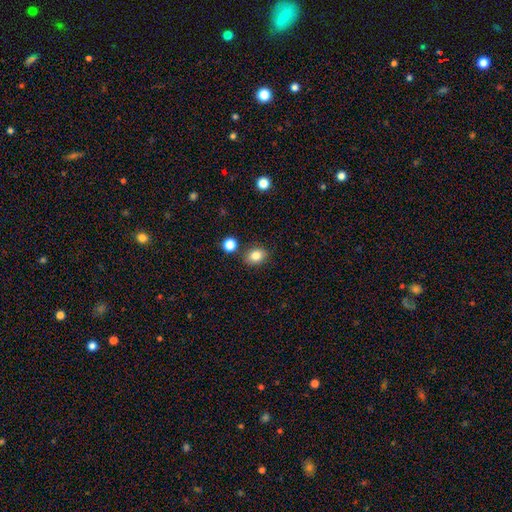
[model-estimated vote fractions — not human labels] This appears to be a smooth galaxy with no disk features (82%) that is in between round and cigar-shaped (62%). Merging: none (81%).